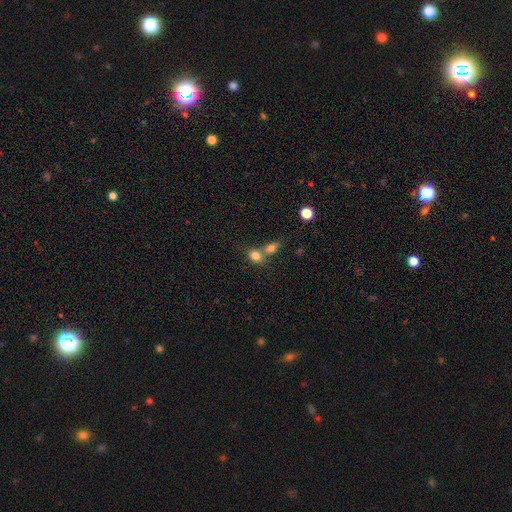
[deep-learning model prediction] Smooth or featured?
  - smooth: 80% *
  - star or artifact: 11%
  - featured or disk: 9%
How rounded?
  - in between: 67% *
  - round: 32%
  - cigar-shaped: 2%
Merging?
  - merger: 53% *
  - none: 35%
  - minor disturbance: 8%
  - major disturbance: 4%